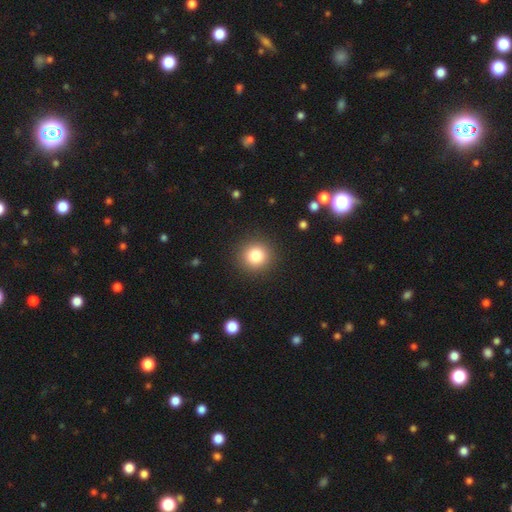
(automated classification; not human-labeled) Morphology: type=smooth (82%); roundness=round (93%); merging=none (91%).